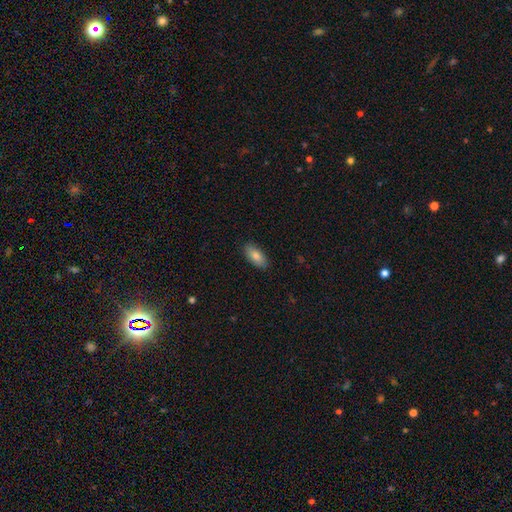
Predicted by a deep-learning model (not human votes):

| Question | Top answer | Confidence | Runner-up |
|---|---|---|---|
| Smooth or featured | smooth | 81% | featured or disk (12%) |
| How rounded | in between | 89% | cigar-shaped (9%) |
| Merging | none | 88% | minor disturbance (9%) |